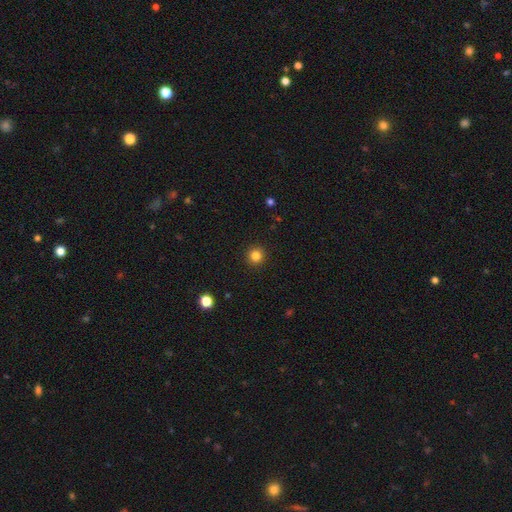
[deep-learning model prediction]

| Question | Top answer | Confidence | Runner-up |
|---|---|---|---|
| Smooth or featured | smooth | 84% | star or artifact (12%) |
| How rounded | round | 95% | in between (4%) |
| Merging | none | 93% | minor disturbance (5%) |